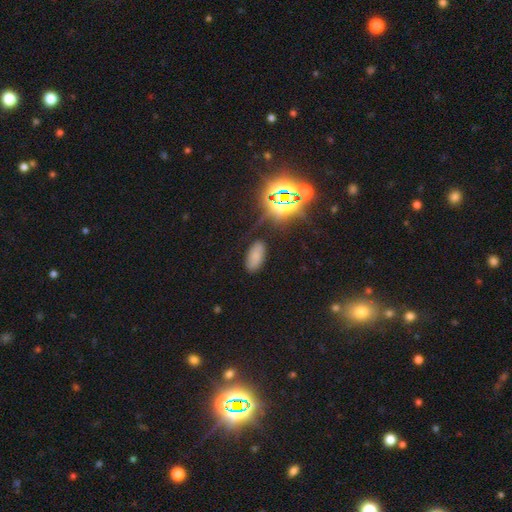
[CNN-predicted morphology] This appears to be a smooth galaxy with no disk features (63%) that is in between round and cigar-shaped (92%). Merging: none (77%).